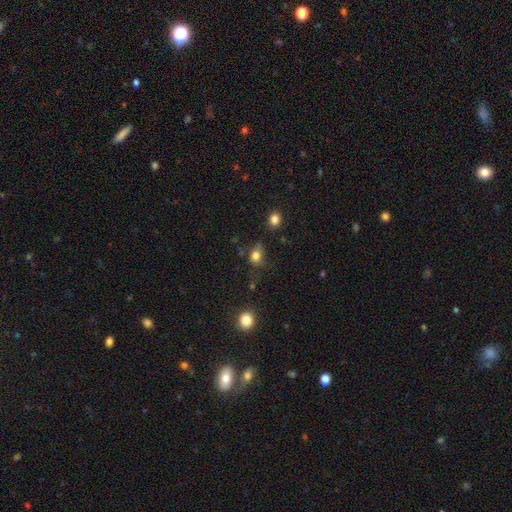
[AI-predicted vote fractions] Smooth or featured? smooth (78%)
How rounded? round (52%)
Merging? none (51%)